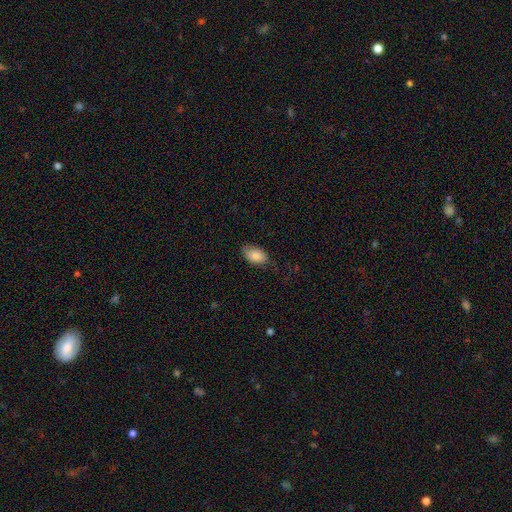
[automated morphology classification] Overall: smooth (84%). How rounded: in between (93%). Merging: none (71%).